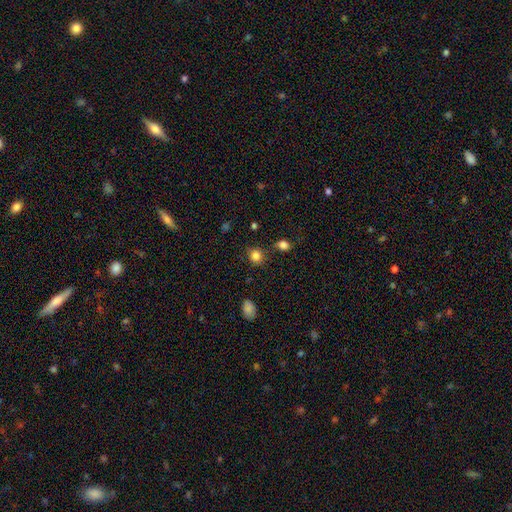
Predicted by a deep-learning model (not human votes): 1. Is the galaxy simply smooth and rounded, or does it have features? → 84% smooth, 11% star or artifact, 5% featured or disk.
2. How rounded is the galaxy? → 83% round, 16% in between, 1% cigar-shaped.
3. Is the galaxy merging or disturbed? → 77% none, 12% minor disturbance, 7% merger, 4% major disturbance.